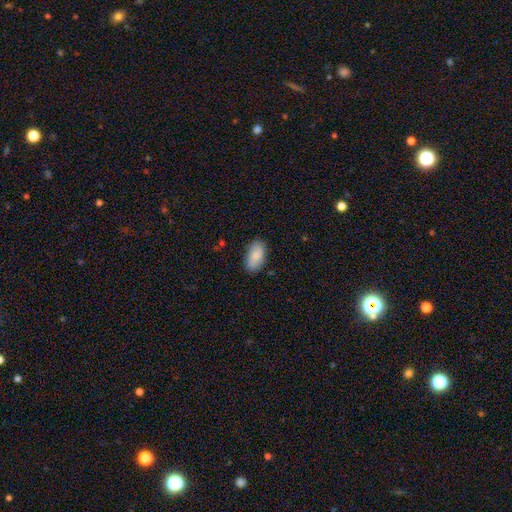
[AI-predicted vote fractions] smooth_or_featured: smooth (p=0.88) [alt: star or artifact p=0.06]
how_rounded: in between (p=0.94) [alt: cigar-shaped p=0.03]
merging: none (p=0.82) [alt: minor disturbance p=0.13]